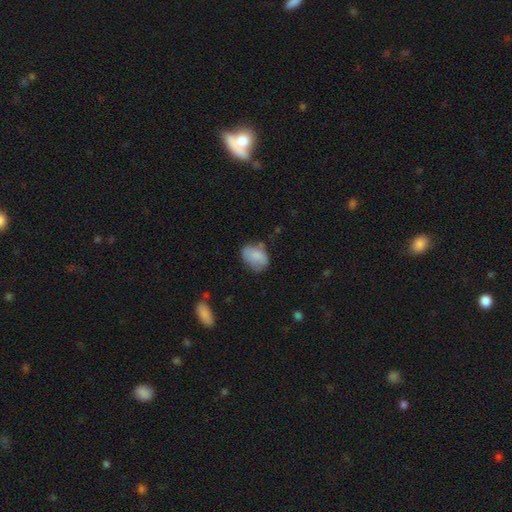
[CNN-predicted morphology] Smooth or featured? Predicted: smooth (p=0.75). How rounded? Predicted: in between (p=0.78). Merging? Predicted: none (p=0.53).